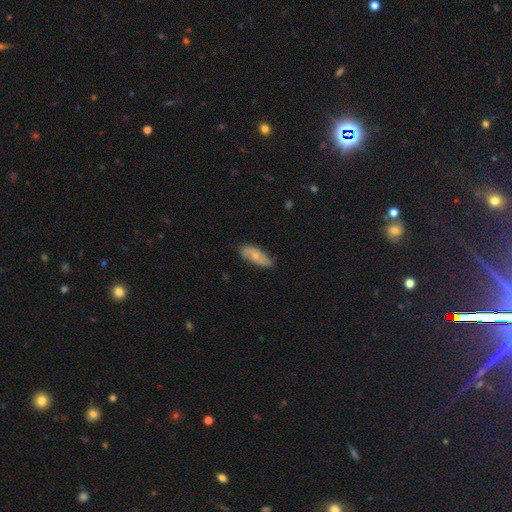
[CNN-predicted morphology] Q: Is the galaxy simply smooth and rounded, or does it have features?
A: featured or disk — 48%.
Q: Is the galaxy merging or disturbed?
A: none — 75%.